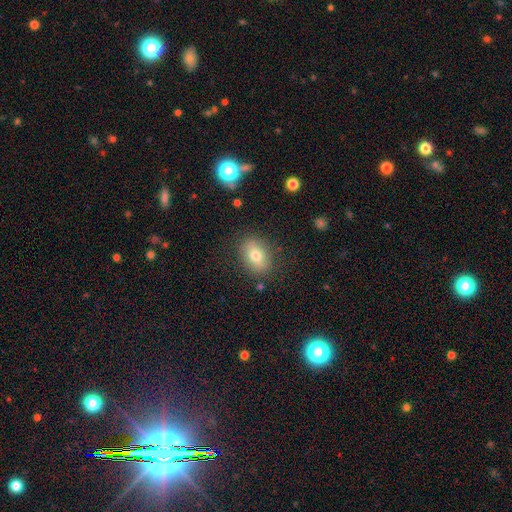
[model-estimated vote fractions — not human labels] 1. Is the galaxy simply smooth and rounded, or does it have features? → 71% smooth, 20% featured or disk, 9% star or artifact.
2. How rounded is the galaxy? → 68% in between, 30% round, 2% cigar-shaped.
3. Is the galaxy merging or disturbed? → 83% none, 11% minor disturbance, 4% major disturbance, 2% merger.